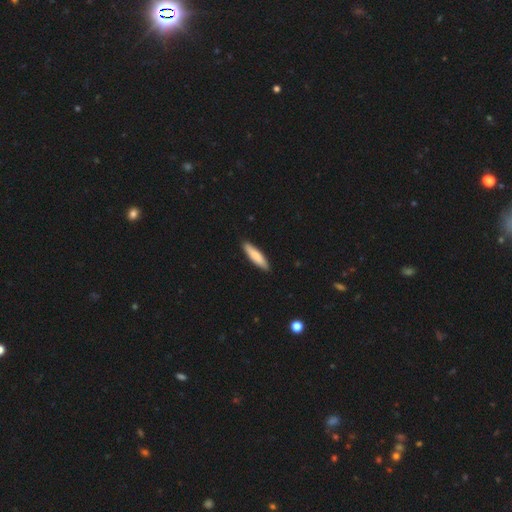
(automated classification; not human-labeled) This is clearly a smooth galaxy (81%). How rounded: clearly cigar-shaped (80%). Merging: clearly none (90%).